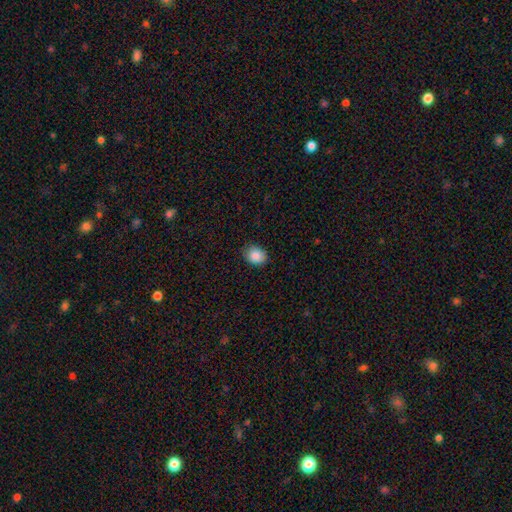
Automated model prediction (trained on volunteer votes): Smooth or featured? smooth (87%)
How rounded? round (50%)
Merging? none (83%)